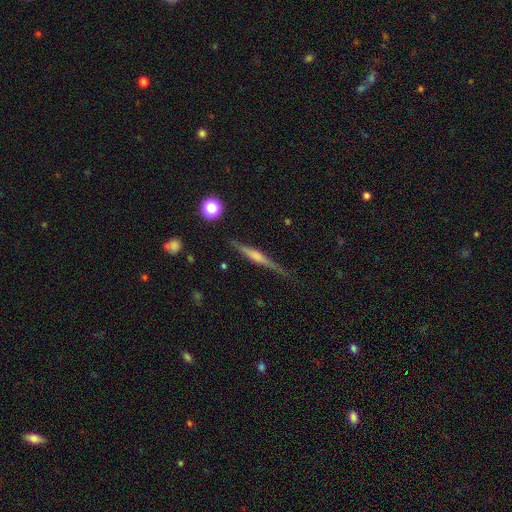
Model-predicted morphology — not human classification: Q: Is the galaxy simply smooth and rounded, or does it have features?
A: featured or disk — 71%.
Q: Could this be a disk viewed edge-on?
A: yes — 98%.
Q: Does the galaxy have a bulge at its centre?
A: rounded — 59%.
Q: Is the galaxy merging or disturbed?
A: none — 85%.